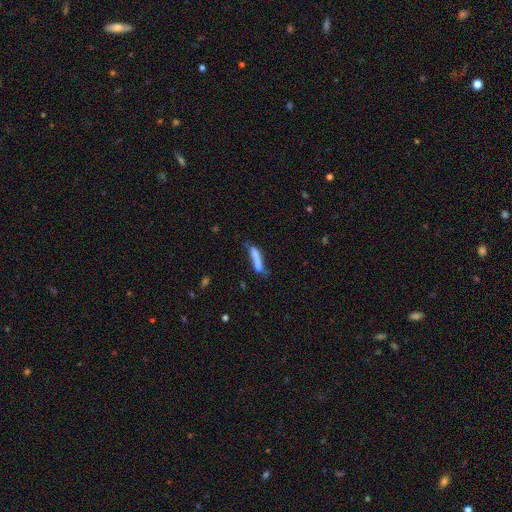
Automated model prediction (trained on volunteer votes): Morphology: type=smooth (67%); roundness=cigar-shaped (80%); merging=none (37%).